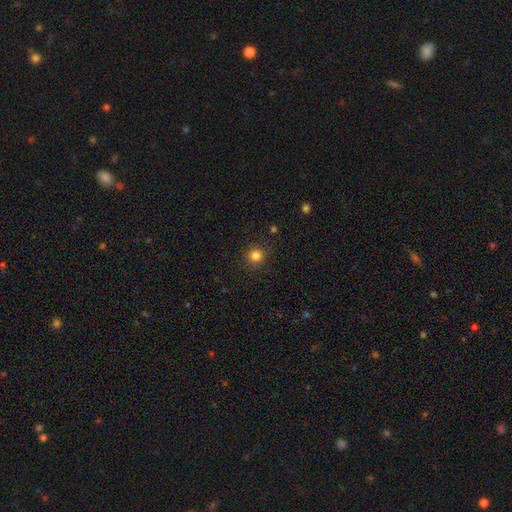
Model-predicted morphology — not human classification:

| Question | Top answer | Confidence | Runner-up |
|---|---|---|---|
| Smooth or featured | smooth | 82% | star or artifact (13%) |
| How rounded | round | 92% | in between (7%) |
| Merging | none | 89% | minor disturbance (7%) |